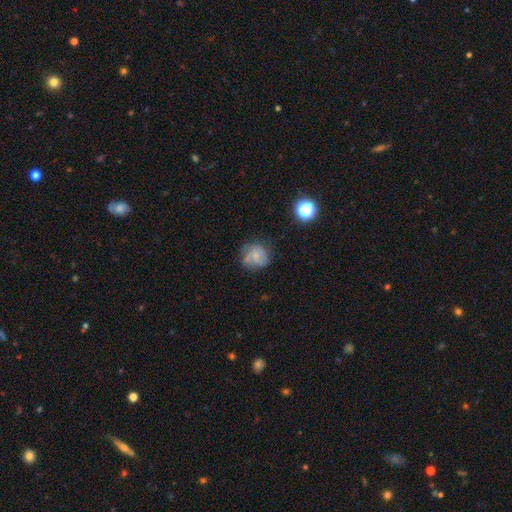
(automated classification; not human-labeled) Morphology: type=smooth (54%); roundness=round (74%); merging=none (53%).